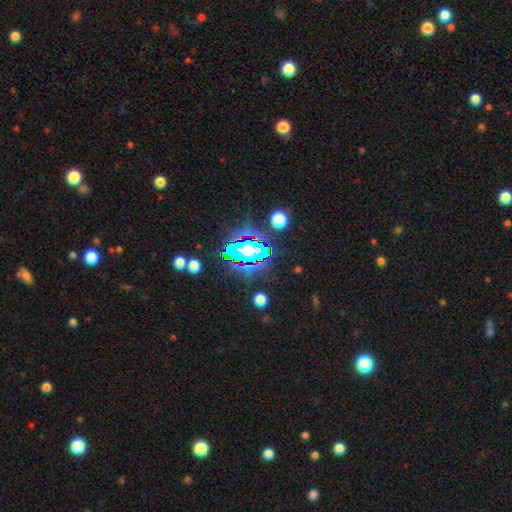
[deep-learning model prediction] Overall: star or artifact (83%).